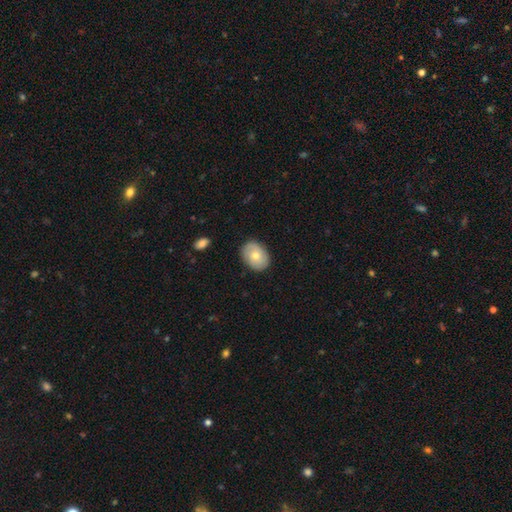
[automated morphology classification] This appears to be a smooth galaxy with no disk features (63%) that is in between round and cigar-shaped (68%). Merging: none (84%).